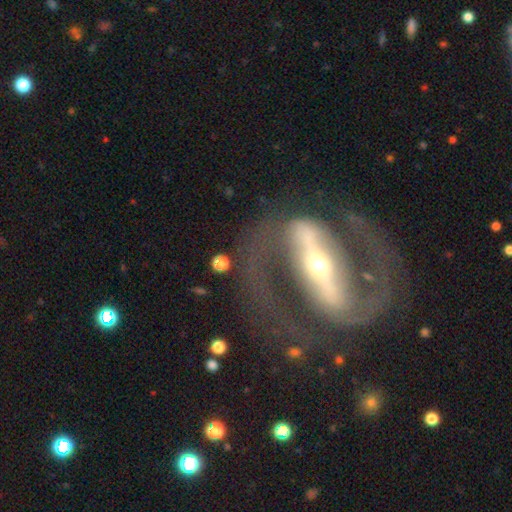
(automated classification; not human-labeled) Q: Smooth or featured?
A: featured or disk (90%); runner-up: smooth (5%)
Q: Edge-on disk?
A: no (92%); runner-up: yes (8%)
Q: Bar?
A: strong (81%); runner-up: weak (11%)
Q: Spiral arms?
A: yes (88%); runner-up: no (12%)
Q: Spiral winding?
A: medium (53%); runner-up: tight (25%)
Q: Spiral arm count?
A: 2 (92%); runner-up: can't tell (3%)
Q: Bulge size?
A: small (57%); runner-up: moderate (36%)
Q: Merging?
A: none (73%); runner-up: major disturbance (13%)